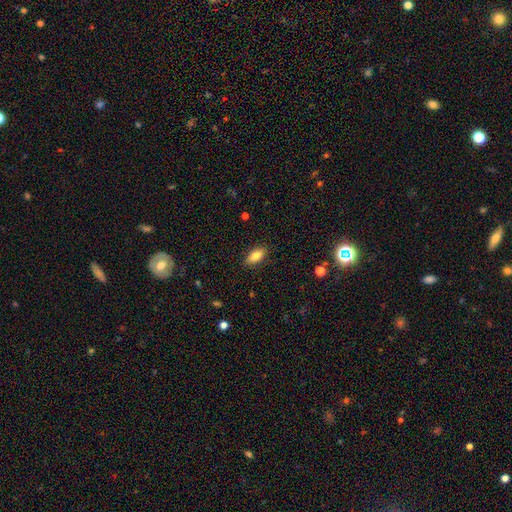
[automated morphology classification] A smooth galaxy with no disk features (80%) that is in between round and cigar-shaped (84%).

Vote fractions:
- Smooth or featured? smooth: 80% / featured or disk: 12% / star or artifact: 8%
- How rounded? in between: 84% / cigar-shaped: 13% / round: 3%
- Merging? none: 88% / minor disturbance: 9% / major disturbance: 2% / merger: 1%